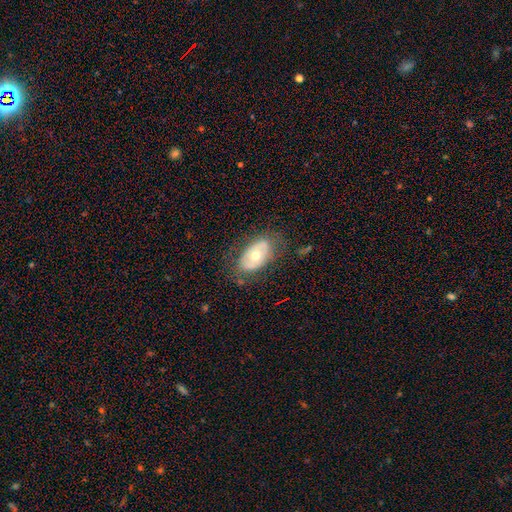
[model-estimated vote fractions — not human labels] This appears to be a featured or disk galaxy (49%). Merging: none (71%).